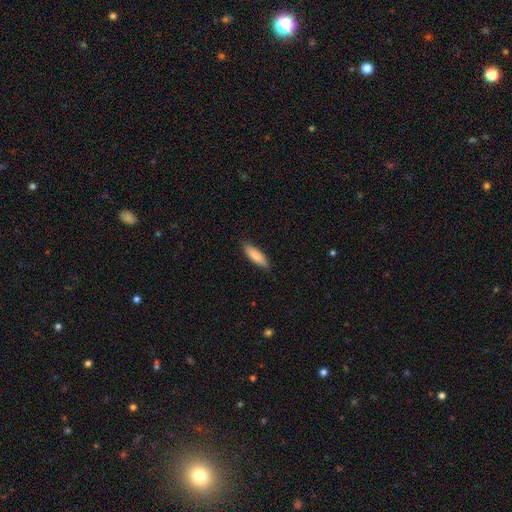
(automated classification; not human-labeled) A smooth galaxy with no disk features (83%) that is in between round and cigar-shaped (50%).

Vote fractions:
- Smooth or featured? smooth: 83% / featured or disk: 11% / star or artifact: 6%
- How rounded? in between: 50% / cigar-shaped: 48% / round: 2%
- Merging? none: 86% / minor disturbance: 11% / major disturbance: 2% / merger: 1%